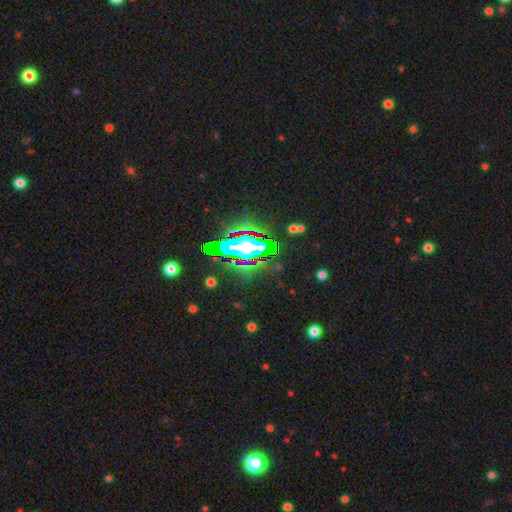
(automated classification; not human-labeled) Smooth or featured?
  - star or artifact: 68% *
  - featured or disk: 17%
  - smooth: 15%